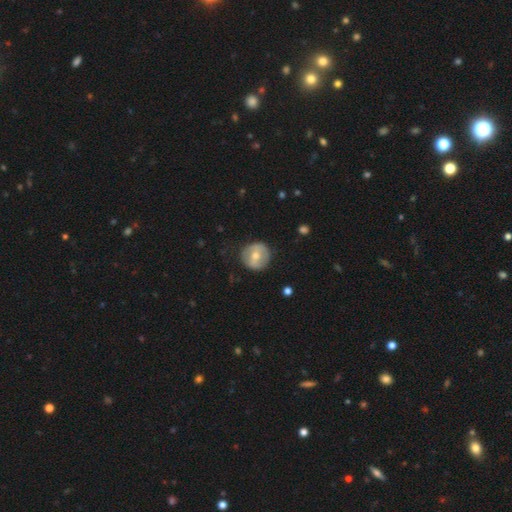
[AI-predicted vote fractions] A featured or disk galaxy (49%).

Vote fractions:
- Smooth or featured? featured or disk: 49% / smooth: 45% / star or artifact: 6%
- Merging? none: 83% / minor disturbance: 12% / major disturbance: 3% / merger: 1%